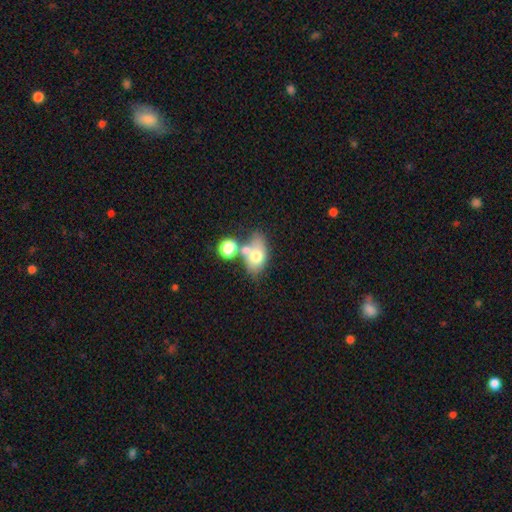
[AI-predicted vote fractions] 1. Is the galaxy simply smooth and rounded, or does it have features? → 65% smooth, 25% featured or disk, 10% star or artifact.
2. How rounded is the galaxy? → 79% in between, 19% round, 3% cigar-shaped.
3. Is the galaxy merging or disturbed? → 41% none, 37% merger, 15% minor disturbance, 8% major disturbance.